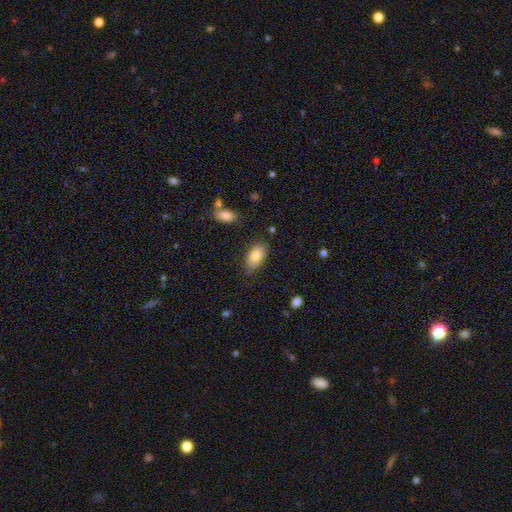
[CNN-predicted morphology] This appears to be a smooth galaxy with no disk features (79%) that is in between round and cigar-shaped (92%). Merging: none (79%).